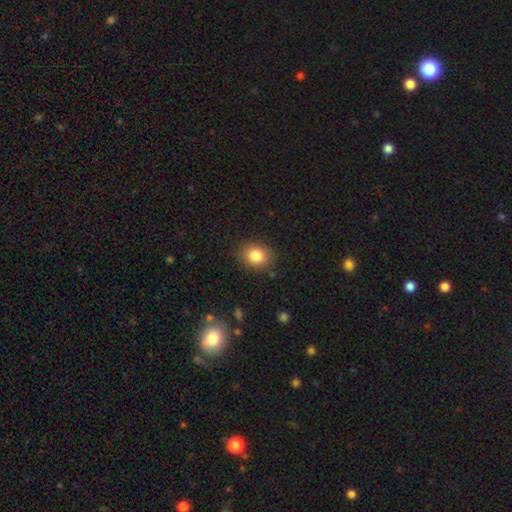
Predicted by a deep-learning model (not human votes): Smooth or featured? smooth (84%)
How rounded? round (51%)
Merging? none (84%)